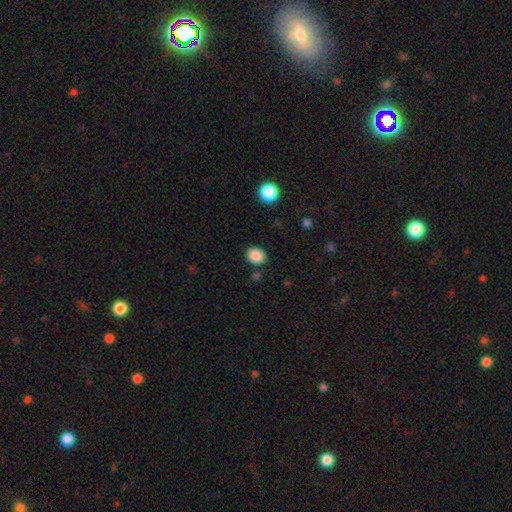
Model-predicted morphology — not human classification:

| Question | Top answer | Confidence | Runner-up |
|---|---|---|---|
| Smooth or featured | smooth | 88% | star or artifact (9%) |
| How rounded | round | 54% | in between (45%) |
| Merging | none | 85% | minor disturbance (9%) |